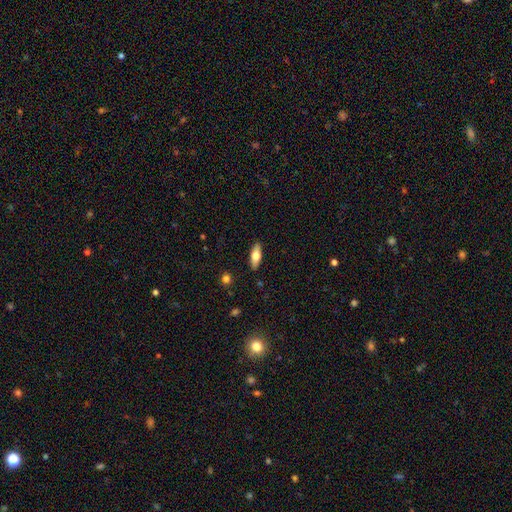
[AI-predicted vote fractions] Q: Smooth or featured?
A: smooth (62%); runner-up: featured or disk (32%)
Q: How rounded?
A: in between (68%); runner-up: cigar-shaped (29%)
Q: Merging?
A: none (89%); runner-up: minor disturbance (8%)